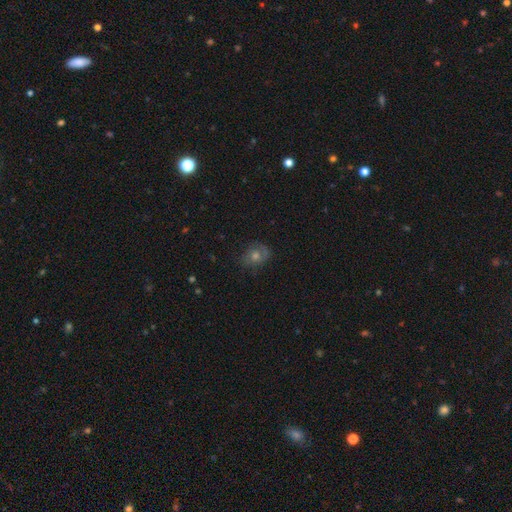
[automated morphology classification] Smooth or featured? Predicted: smooth (p=0.51). How rounded? Predicted: round (p=0.51). Merging? Predicted: none (p=0.74).